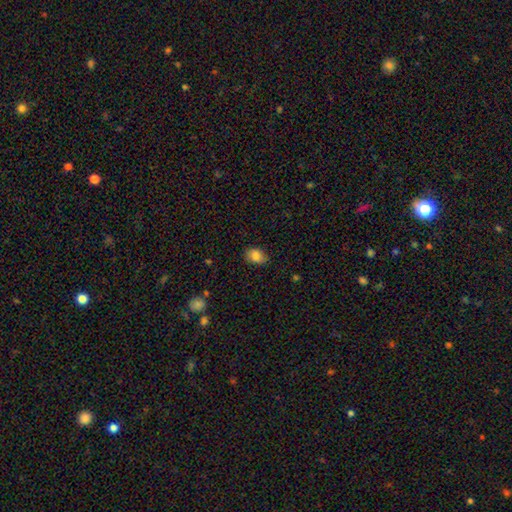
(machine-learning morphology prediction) smooth 85%, star or artifact 8%, featured or disk 6%. Down the decision tree: how rounded — in between (71%); merging — none (79%).